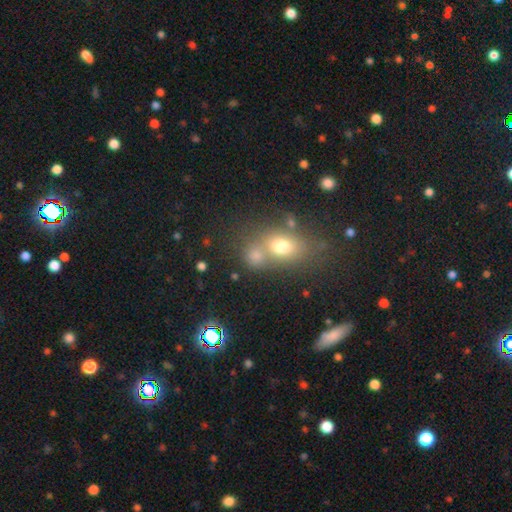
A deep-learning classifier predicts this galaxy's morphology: Smooth or featured: smooth — 71% (star or artifact — 16%)
How rounded: round — 55% (in between — 43%)
Merging: none — 42% (tied with merger — 42%)